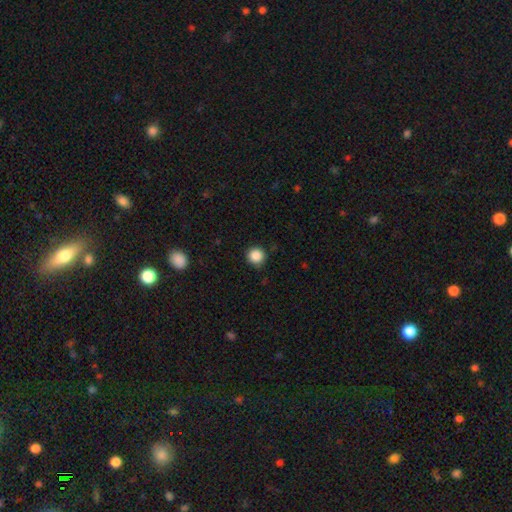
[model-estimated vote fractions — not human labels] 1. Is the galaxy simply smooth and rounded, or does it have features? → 87% smooth, 10% star or artifact, 3% featured or disk.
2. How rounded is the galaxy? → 94% round, 5% in between, 1% cigar-shaped.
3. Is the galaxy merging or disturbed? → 88% none, 9% minor disturbance, 2% major disturbance, 1% merger.